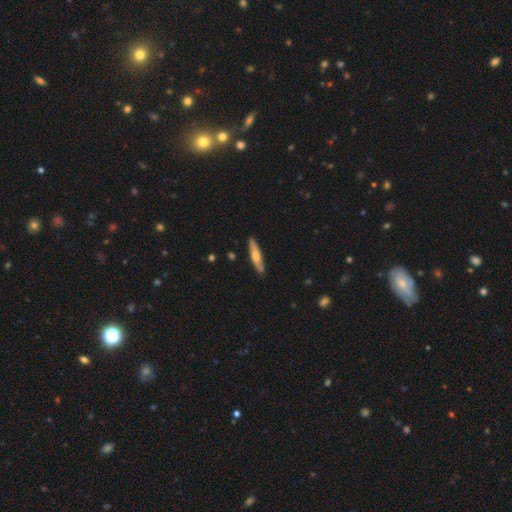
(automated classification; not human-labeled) This appears to be a smooth galaxy with no disk features (55%) that is cigar-shaped (85%). Merging: none (87%).